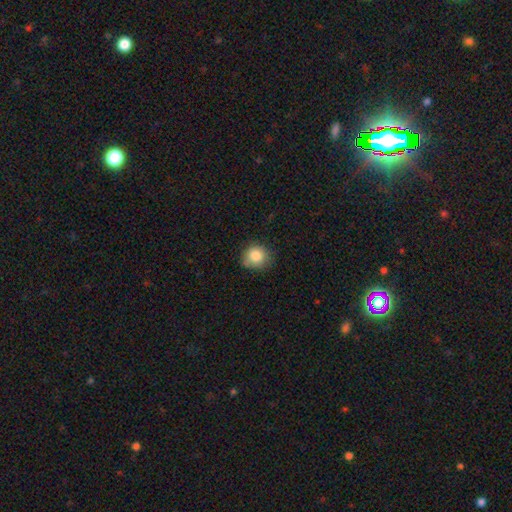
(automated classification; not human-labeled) Q: Smooth or featured?
A: smooth (85%); runner-up: star or artifact (9%)
Q: How rounded?
A: round (82%); runner-up: in between (18%)
Q: Merging?
A: none (69%); runner-up: minor disturbance (24%)